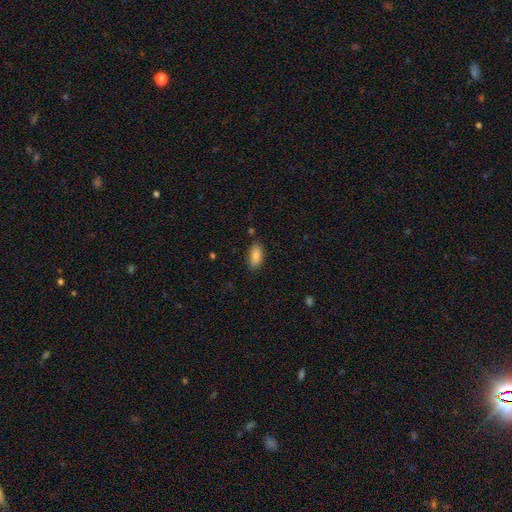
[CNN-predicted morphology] Smooth or featured?
  - smooth: 86% *
  - star or artifact: 7%
  - featured or disk: 7%
How rounded?
  - in between: 91% *
  - cigar-shaped: 7%
  - round: 3%
Merging?
  - none: 83% *
  - minor disturbance: 13%
  - major disturbance: 3%
  - merger: 2%